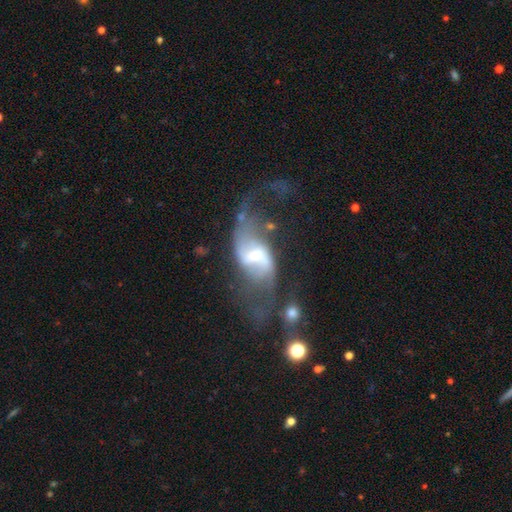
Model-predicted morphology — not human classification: Overall: featured or disk (80%). Edge-on disk: no (95%). Bar: weak (44%; strong 40%). Spiral arms: yes (85%). Spiral arm count: 2 (89%). Spiral winding: loose (81%). Bulge size: moderate (50%; small 32%). Merging: none (36%; major disturbance 33%).